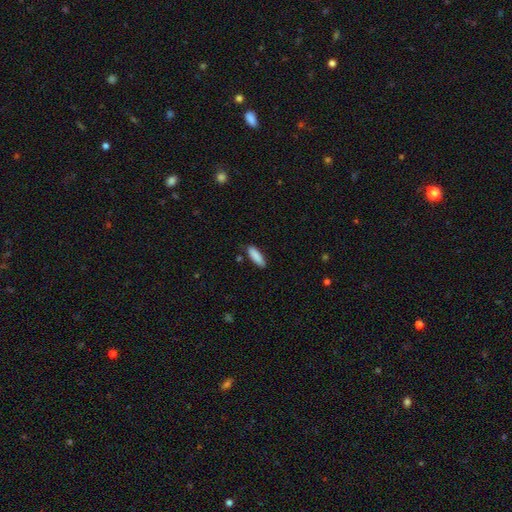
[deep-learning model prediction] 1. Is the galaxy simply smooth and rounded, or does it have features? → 89% smooth, 6% star or artifact, 5% featured or disk.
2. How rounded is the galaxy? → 51% cigar-shaped, 48% in between, 2% round.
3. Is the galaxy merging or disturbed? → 83% none, 13% minor disturbance, 2% major disturbance, 2% merger.